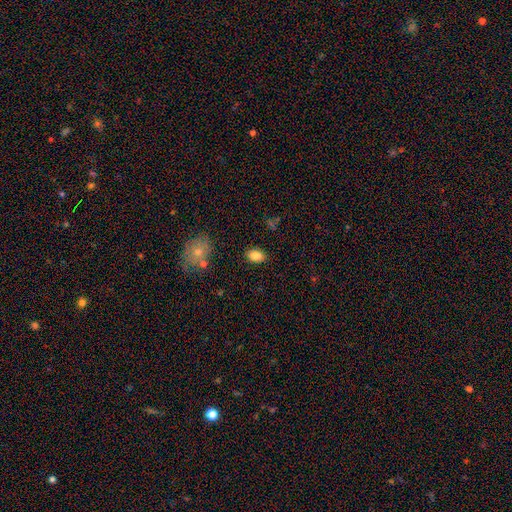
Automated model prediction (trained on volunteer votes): Smooth or featured? Predicted: smooth (p=0.83). How rounded? Predicted: in between (p=0.84). Merging? Predicted: none (p=0.85).